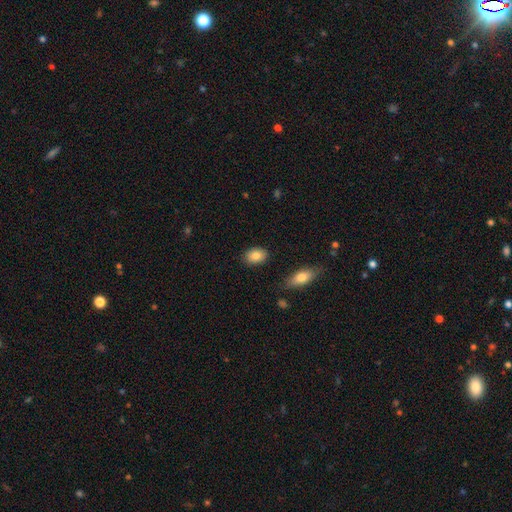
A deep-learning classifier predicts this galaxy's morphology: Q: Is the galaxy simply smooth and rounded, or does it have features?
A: smooth — 85%.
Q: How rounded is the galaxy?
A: in between — 79%.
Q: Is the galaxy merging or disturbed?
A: none — 86%.